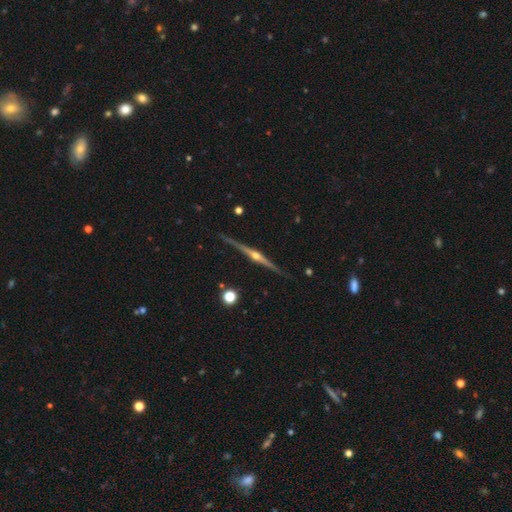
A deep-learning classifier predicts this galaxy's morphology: Smooth or featured? Predicted: featured or disk (p=0.89). Edge-on disk? Predicted: yes (p=0.99). Edge-on bulge? Predicted: rounded (p=0.94). Merging? Predicted: none (p=0.90).